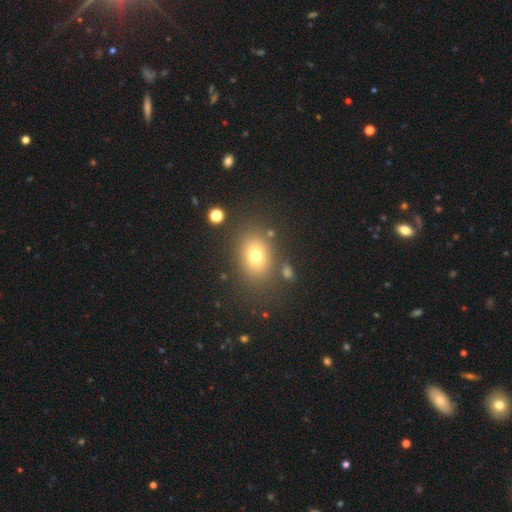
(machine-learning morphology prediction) Smooth or featured?
  - smooth: 74% *
  - star or artifact: 14%
  - featured or disk: 12%
How rounded?
  - in between: 67% *
  - round: 31%
  - cigar-shaped: 1%
Merging?
  - none: 79% *
  - minor disturbance: 11%
  - merger: 6%
  - major disturbance: 5%